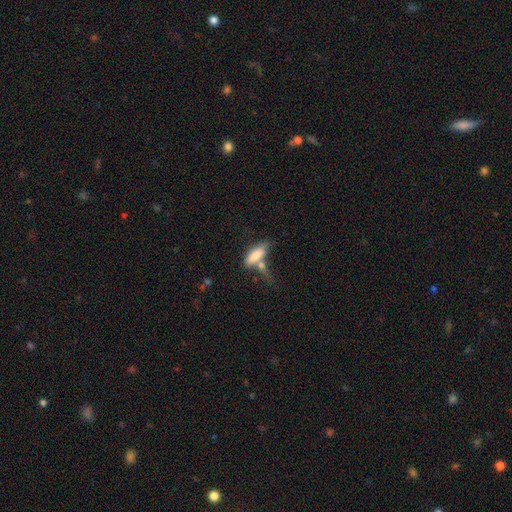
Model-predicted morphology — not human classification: Overall: smooth (74%). How rounded: in between (60%; cigar-shaped 38%). Merging: none (36%; merger 35%).